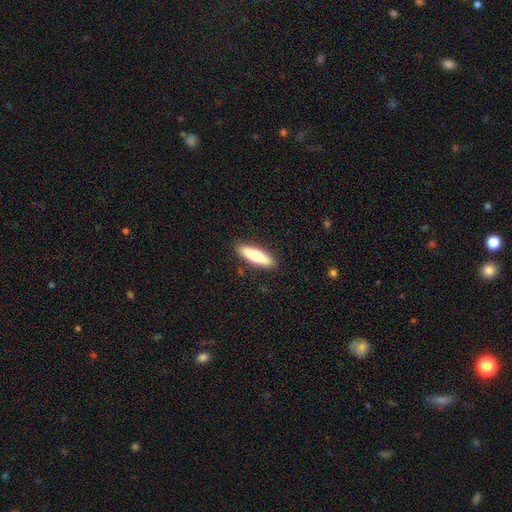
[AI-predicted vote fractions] Q: Smooth or featured?
A: smooth (71%); runner-up: featured or disk (24%)
Q: How rounded?
A: cigar-shaped (65%); runner-up: in between (33%)
Q: Merging?
A: none (89%); runner-up: minor disturbance (8%)